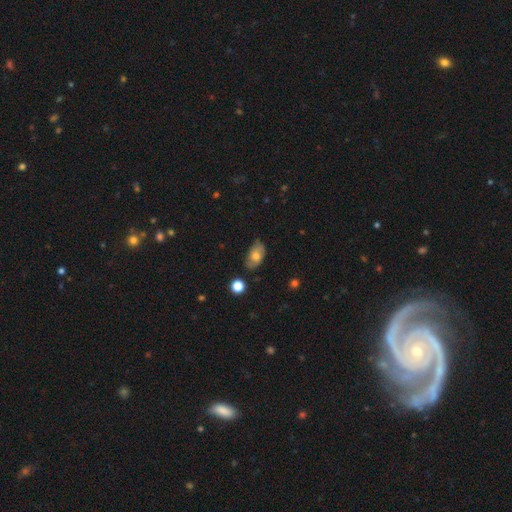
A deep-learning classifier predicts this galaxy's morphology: Smooth or featured? smooth (67%)
How rounded? in between (90%)
Merging? none (70%)